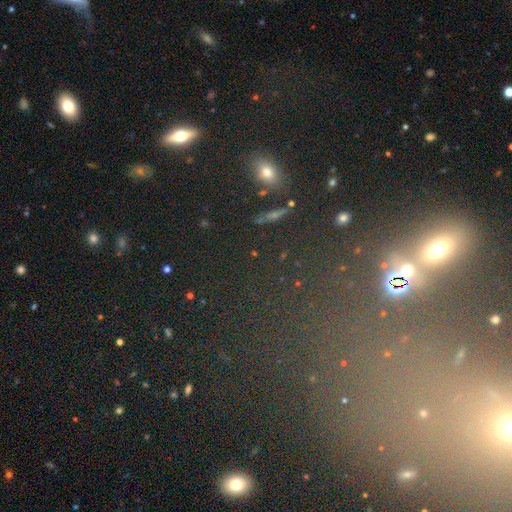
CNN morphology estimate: Q: Smooth or featured?
A: star or artifact (44%); runner-up: smooth (37%)